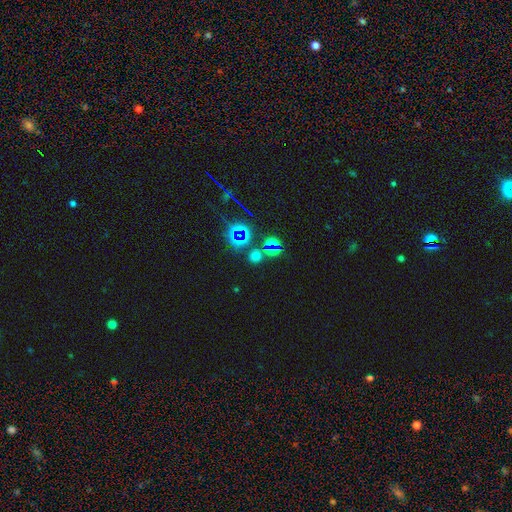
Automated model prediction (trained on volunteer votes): A star or artifact, not a galaxy (51%).

Vote fractions:
- Smooth or featured? star or artifact: 51% / smooth: 42% / featured or disk: 7%